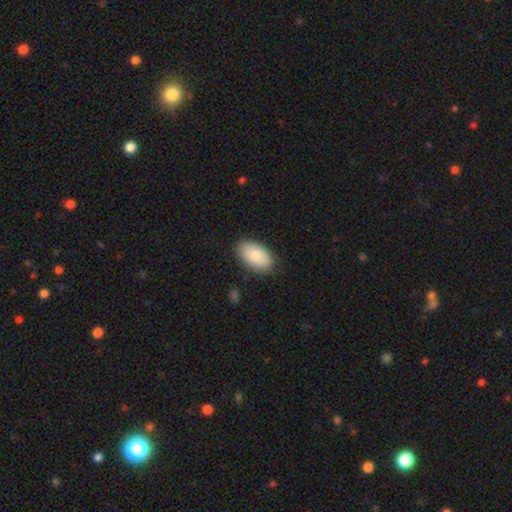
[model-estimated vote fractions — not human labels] Smooth or featured? Predicted: smooth (p=0.85). How rounded? Predicted: in between (p=0.94). Merging? Predicted: none (p=0.85).